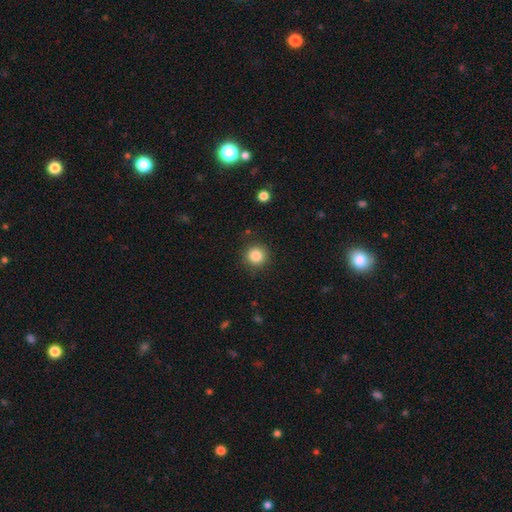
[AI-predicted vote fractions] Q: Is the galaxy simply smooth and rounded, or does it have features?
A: smooth — 85%.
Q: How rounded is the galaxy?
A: round — 94%.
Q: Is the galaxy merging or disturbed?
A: none — 89%.